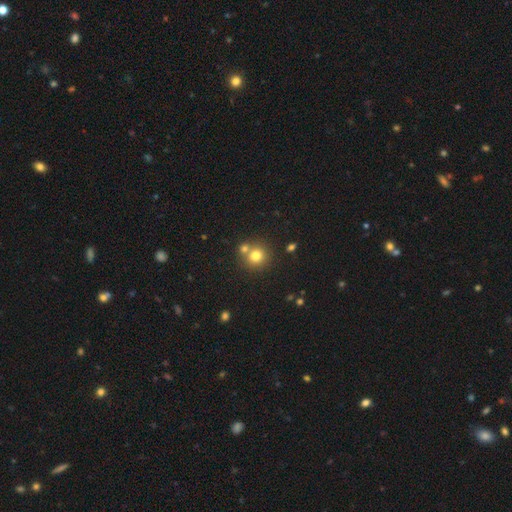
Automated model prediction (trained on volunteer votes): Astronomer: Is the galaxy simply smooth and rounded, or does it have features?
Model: smooth — 77%.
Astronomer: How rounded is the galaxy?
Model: round — 90%.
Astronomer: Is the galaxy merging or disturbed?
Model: none — 62%.